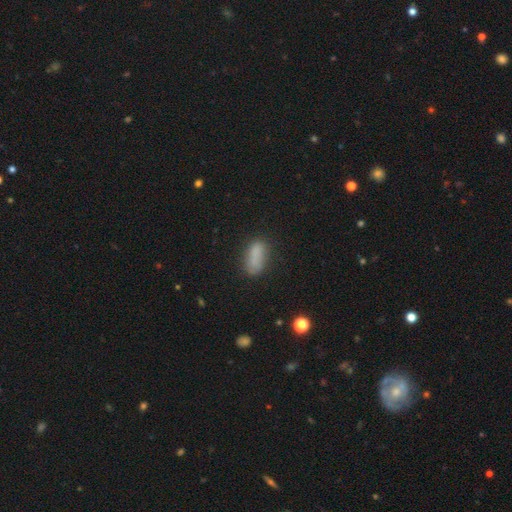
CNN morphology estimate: smooth_or_featured: smooth (p=0.80) [alt: star or artifact p=0.10]
how_rounded: in between (p=0.82) [alt: cigar-shaped p=0.14]
merging: none (p=0.65) [alt: minor disturbance p=0.23]